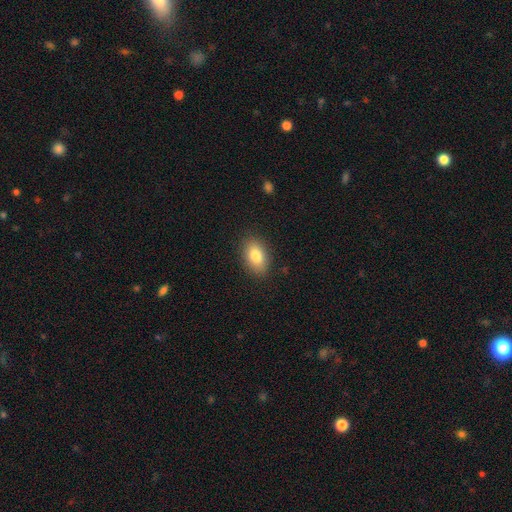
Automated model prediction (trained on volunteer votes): The model was most divided on "smooth or featured": smooth: 83%, featured or disk: 10%, star or artifact: 8%. More confident: how rounded — in between (88%); merging — none (87%).